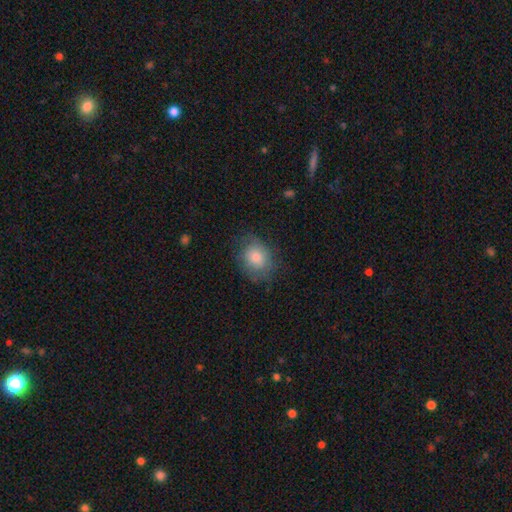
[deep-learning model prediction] smooth_or_featured: smooth (p=0.71) [alt: featured or disk p=0.20]
how_rounded: round (p=0.55) [alt: in between p=0.43]
merging: none (p=0.70) [alt: minor disturbance p=0.21]